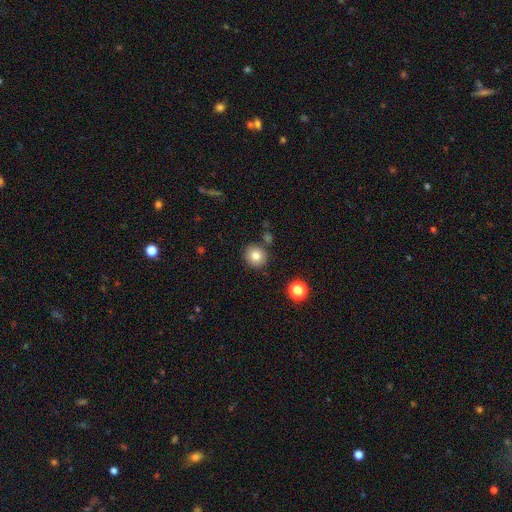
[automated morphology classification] This appears to be a smooth galaxy with no disk features (81%) that is round (88%). Merging: none (84%).